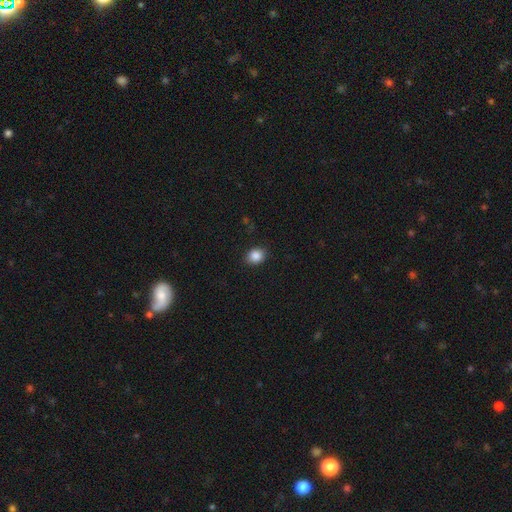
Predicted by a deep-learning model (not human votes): This appears to be a smooth galaxy with no disk features (86%) that is round (53%). Merging: none (87%).